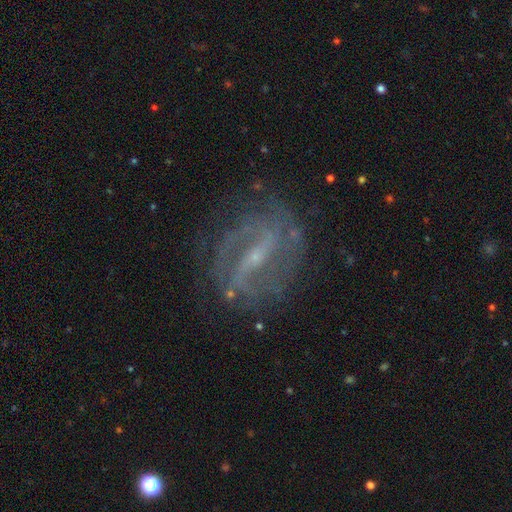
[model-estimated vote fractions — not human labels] Overall: featured or disk (85%). Edge-on disk: no (94%). Bar: strong (58%; weak 32%). Spiral arms: yes (91%). Spiral arm count: 2 (71%). Spiral winding: medium (42%; tight 31%). Bulge size: small (73%). Merging: none (78%).